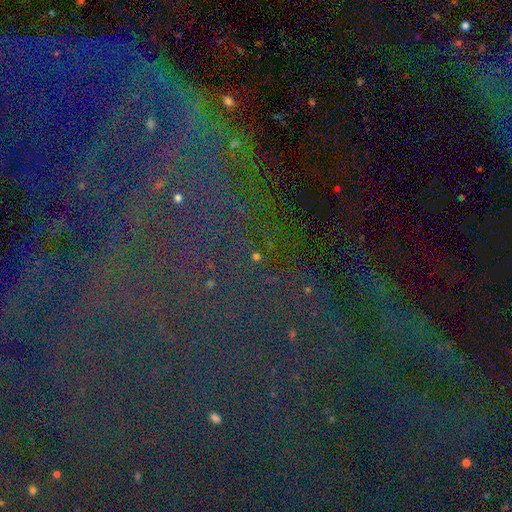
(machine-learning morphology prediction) This appears to be a star or artifact, not a galaxy (83%).